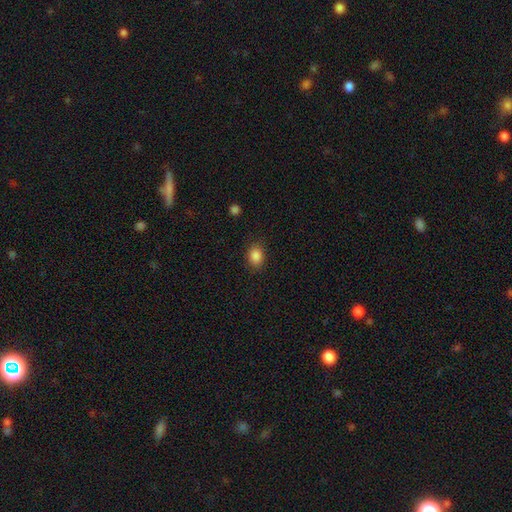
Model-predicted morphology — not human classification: Q: Smooth or featured?
A: smooth (86%); runner-up: star or artifact (10%)
Q: How rounded?
A: in between (62%); runner-up: round (37%)
Q: Merging?
A: none (84%); runner-up: minor disturbance (11%)